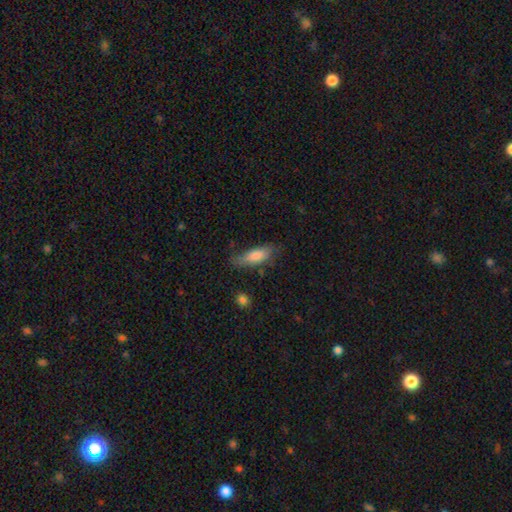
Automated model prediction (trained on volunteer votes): This appears to be a smooth galaxy with no disk features (73%) that is in between round and cigar-shaped (50%). Merging: none (68%).